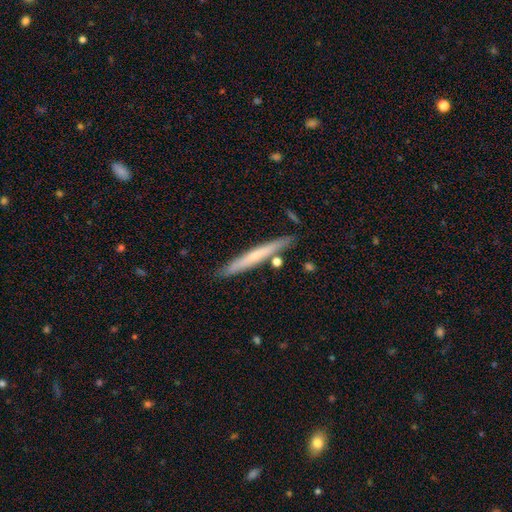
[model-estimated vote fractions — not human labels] This is possibly a featured or disk galaxy (49%). Merging: clearly none (85%).